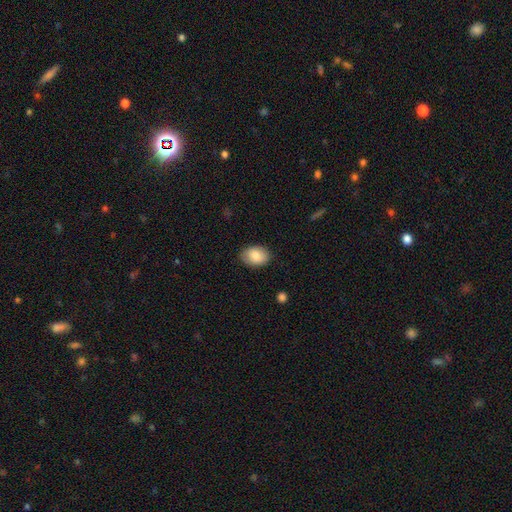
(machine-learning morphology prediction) smooth_or_featured: smooth (p=0.84) [alt: featured or disk p=0.09]
how_rounded: in between (p=0.81) [alt: round p=0.18]
merging: none (p=0.84) [alt: minor disturbance p=0.12]